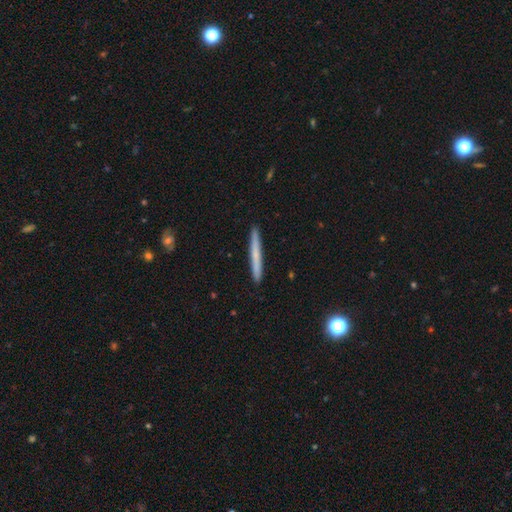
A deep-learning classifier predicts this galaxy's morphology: smooth-or-featured: smooth: 60% | featured or disk: 34% | star or artifact: 6%
  how-rounded: cigar-shaped: 97% | in between: 2% | round: 1%
  merging: none: 92% | minor disturbance: 5% | major disturbance: 1% | merger: 1%